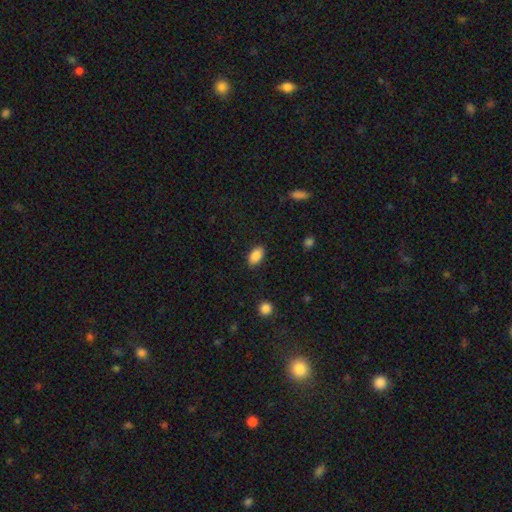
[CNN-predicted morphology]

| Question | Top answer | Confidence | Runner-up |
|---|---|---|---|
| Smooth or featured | smooth | 88% | star or artifact (8%) |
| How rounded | in between | 92% | round (6%) |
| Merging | none | 87% | minor disturbance (10%) |